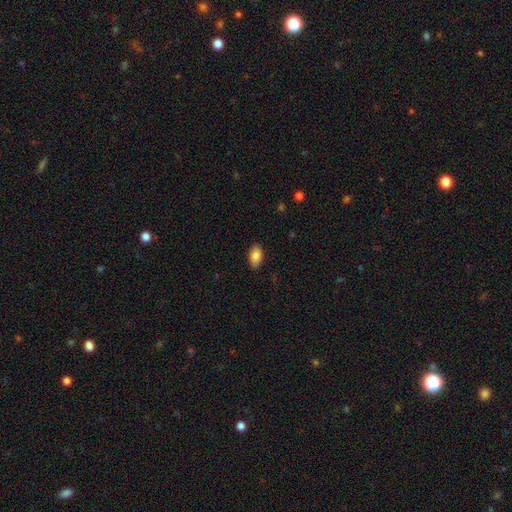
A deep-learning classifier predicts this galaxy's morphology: Smooth or featured? smooth (86%)
How rounded? in between (93%)
Merging? none (88%)